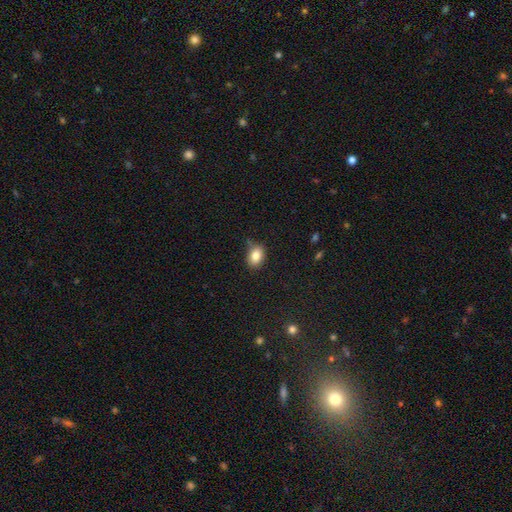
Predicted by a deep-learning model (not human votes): A smooth galaxy with no disk features (83%) that is in between round and cigar-shaped (72%). Merging: none (72%).